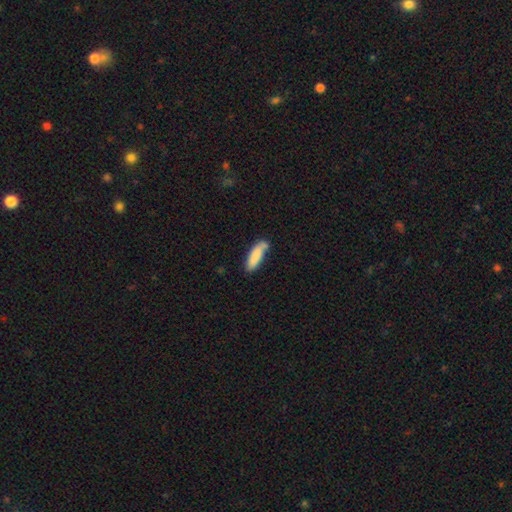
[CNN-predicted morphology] type=smooth (83%); roundness=cigar-shaped (52%); merging=none (61%).